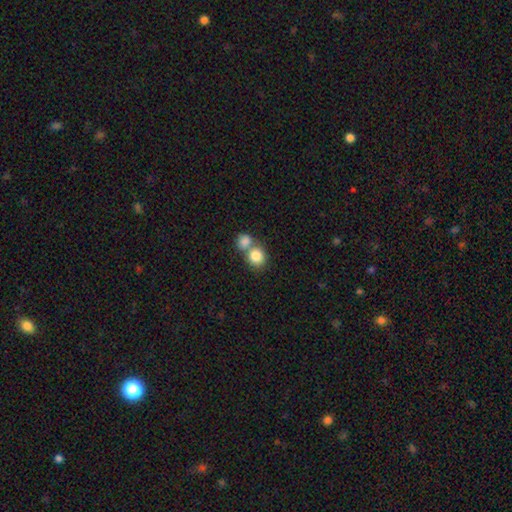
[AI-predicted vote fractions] This is clearly a smooth galaxy (83%). How rounded: likely round (79%). Merging: possibly merger (48%).